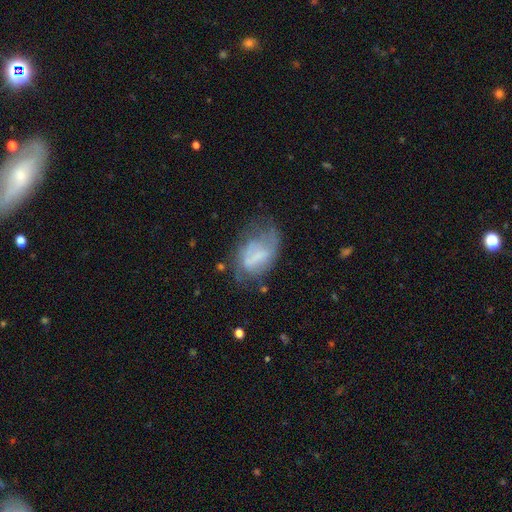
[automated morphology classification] A featured or disk galaxy (48%). Merging: none (35%).